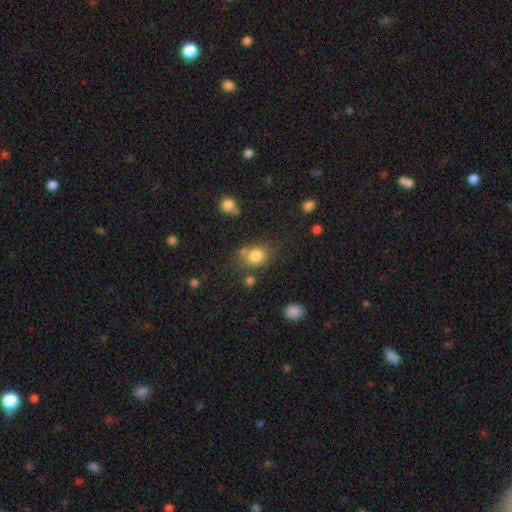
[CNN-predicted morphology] Smooth or featured?
  - smooth: 81% *
  - star or artifact: 12%
  - featured or disk: 8%
How rounded?
  - round: 62% *
  - in between: 37%
  - cigar-shaped: 1%
Merging?
  - none: 65% *
  - minor disturbance: 16%
  - merger: 12%
  - major disturbance: 6%